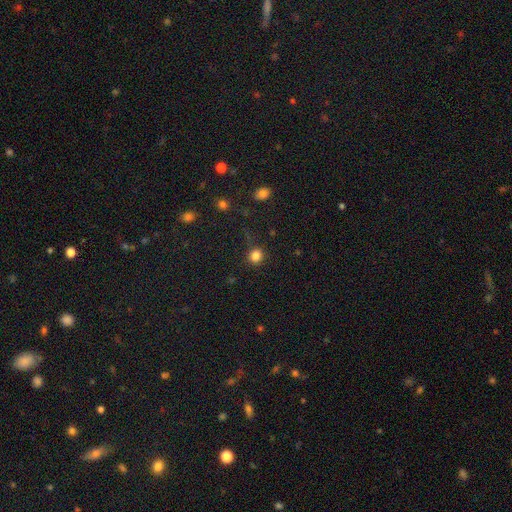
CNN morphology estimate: type=smooth (83%); roundness=round (86%); merging=none (83%).